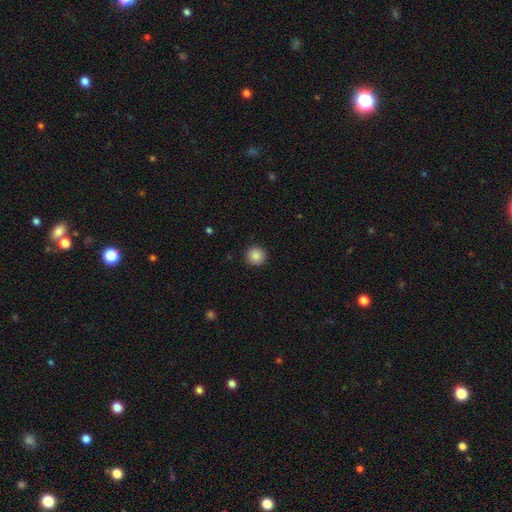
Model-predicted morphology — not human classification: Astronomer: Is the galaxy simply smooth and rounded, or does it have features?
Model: smooth — 87%.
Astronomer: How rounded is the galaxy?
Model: round — 95%.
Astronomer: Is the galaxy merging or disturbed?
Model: none — 92%.